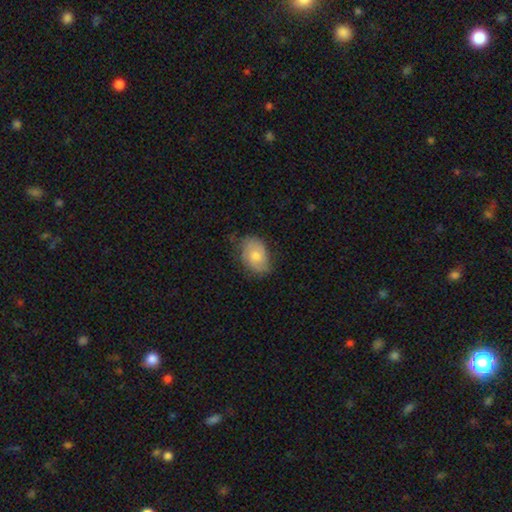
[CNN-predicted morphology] type=smooth (58%); roundness=in between (80%); merging=none (60%).